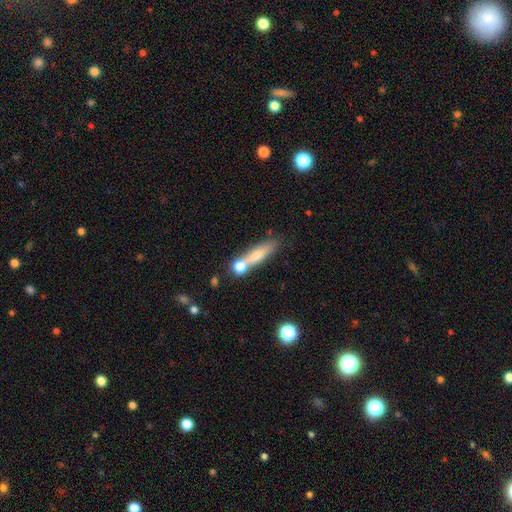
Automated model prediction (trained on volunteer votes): A smooth galaxy with no disk features (63%) that is cigar-shaped (71%).

Vote fractions:
- Smooth or featured? smooth: 63% / featured or disk: 29% / star or artifact: 8%
- How rounded? cigar-shaped: 71% / in between: 23% / round: 6%
- Merging? none: 45% / merger: 35% / minor disturbance: 13% / major disturbance: 7%